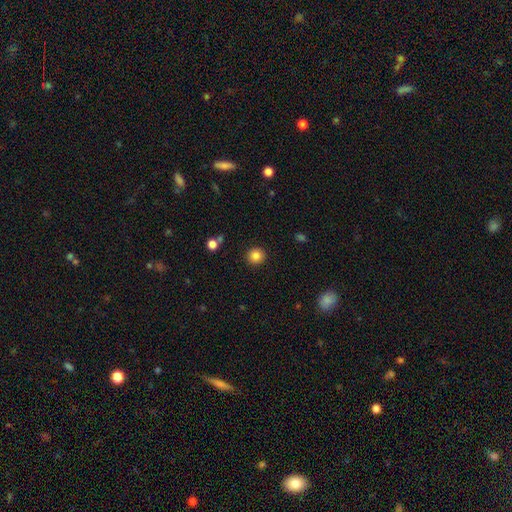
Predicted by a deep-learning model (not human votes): A smooth galaxy with no disk features (85%) that is round (92%).

Vote fractions:
- Smooth or featured? smooth: 85% / star or artifact: 11% / featured or disk: 4%
- How rounded? round: 92% / in between: 7% / cigar-shaped: 1%
- Merging? none: 91% / minor disturbance: 5% / major disturbance: 2% / merger: 2%